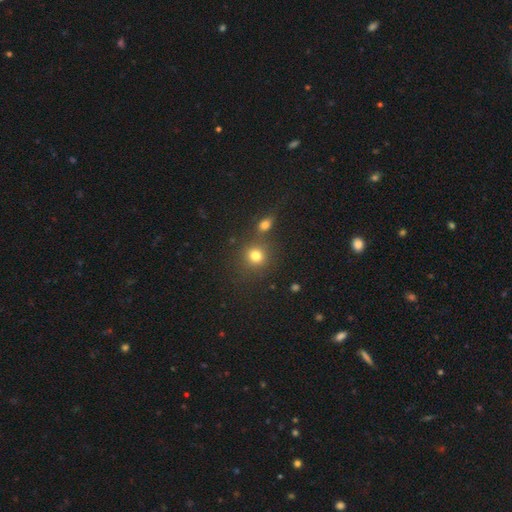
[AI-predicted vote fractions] Q: Smooth or featured?
A: smooth (78%); runner-up: star or artifact (15%)
Q: How rounded?
A: round (86%); runner-up: in between (13%)
Q: Merging?
A: none (69%); runner-up: merger (18%)